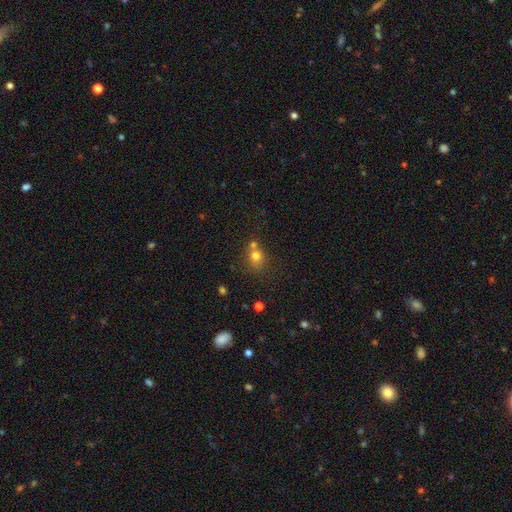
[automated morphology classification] smooth-or-featured: smooth: 74% | star or artifact: 16% | featured or disk: 10%
  how-rounded: round: 76% | in between: 23% | cigar-shaped: 1%
  merging: none: 51% | merger: 34% | minor disturbance: 11% | major disturbance: 4%